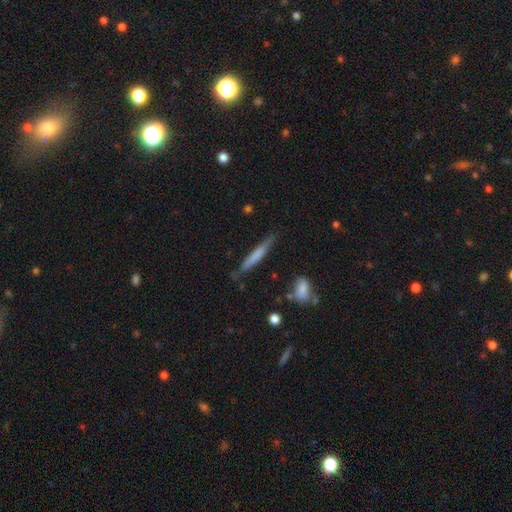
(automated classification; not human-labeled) smooth 63%, featured or disk 31%, star or artifact 6%. Down the decision tree: how rounded — cigar-shaped (95%); merging — none (77%).